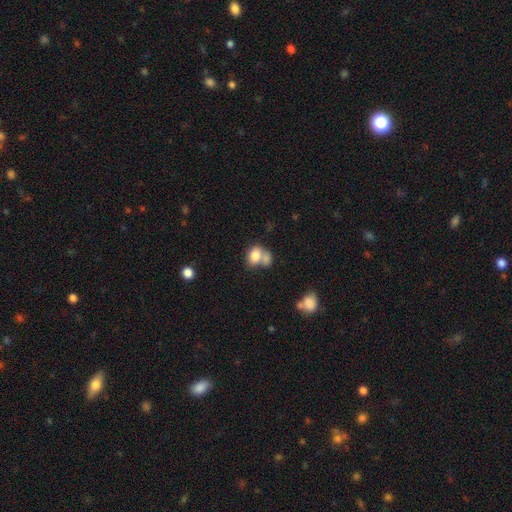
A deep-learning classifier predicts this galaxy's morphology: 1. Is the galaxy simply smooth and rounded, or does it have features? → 79% smooth, 12% featured or disk, 9% star or artifact.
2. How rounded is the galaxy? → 64% in between, 34% round, 1% cigar-shaped.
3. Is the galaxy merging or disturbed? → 56% merger, 27% none, 11% minor disturbance, 6% major disturbance.